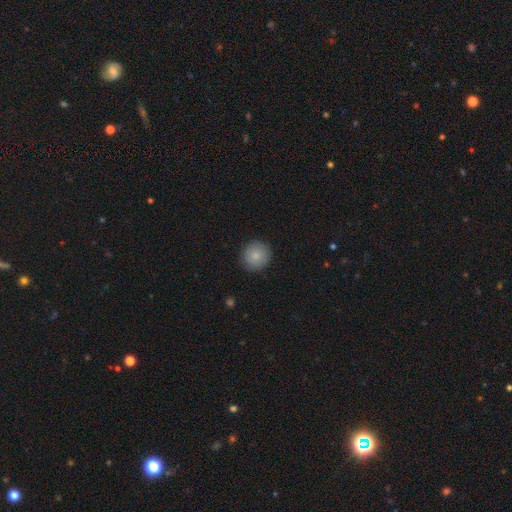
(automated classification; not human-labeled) Smooth or featured?
  - smooth: 85% *
  - star or artifact: 8%
  - featured or disk: 7%
How rounded?
  - round: 91% *
  - in between: 8%
  - cigar-shaped: 1%
Merging?
  - none: 89% *
  - minor disturbance: 8%
  - major disturbance: 2%
  - merger: 1%